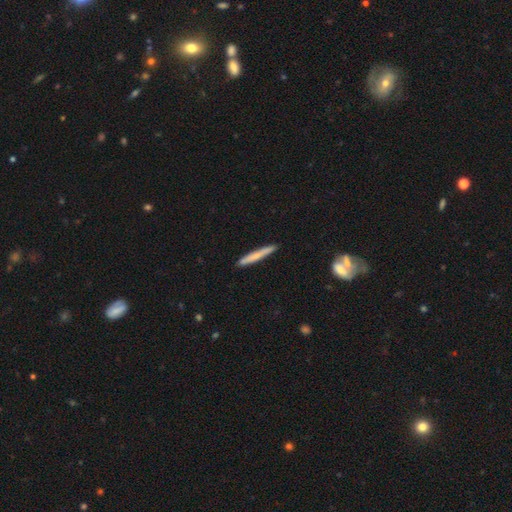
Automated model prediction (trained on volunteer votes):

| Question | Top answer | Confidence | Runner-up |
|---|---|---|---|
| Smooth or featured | smooth | 67% | featured or disk (27%) |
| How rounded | cigar-shaped | 96% | in between (2%) |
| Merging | none | 90% | minor disturbance (7%) |